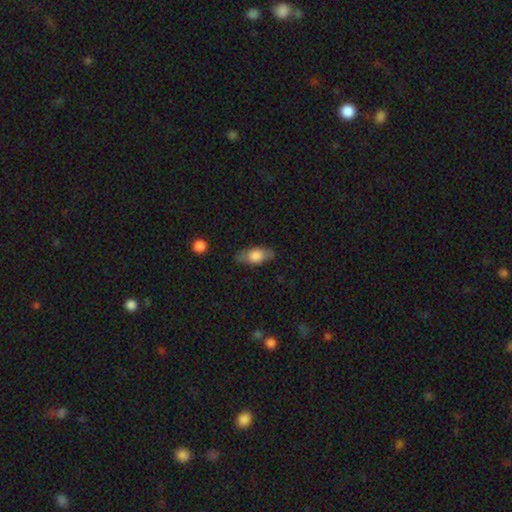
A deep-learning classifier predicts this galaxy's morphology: A smooth galaxy with no disk features (66%) that is in between round and cigar-shaped (80%).

Vote fractions:
- Smooth or featured? smooth: 66% / featured or disk: 27% / star or artifact: 7%
- How rounded? in between: 80% / cigar-shaped: 14% / round: 6%
- Merging? none: 79% / minor disturbance: 16% / major disturbance: 4% / merger: 2%